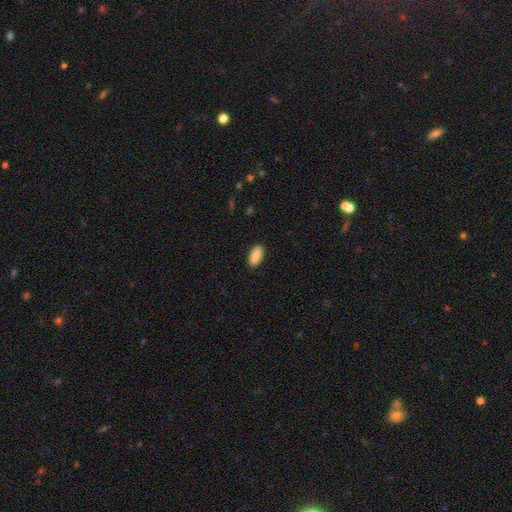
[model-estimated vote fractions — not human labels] A smooth galaxy with no disk features (89%) that is in between round and cigar-shaped (87%).

Vote fractions:
- Smooth or featured? smooth: 89% / star or artifact: 6% / featured or disk: 5%
- How rounded? in between: 87% / cigar-shaped: 11% / round: 2%
- Merging? none: 89% / minor disturbance: 8% / major disturbance: 2% / merger: 1%